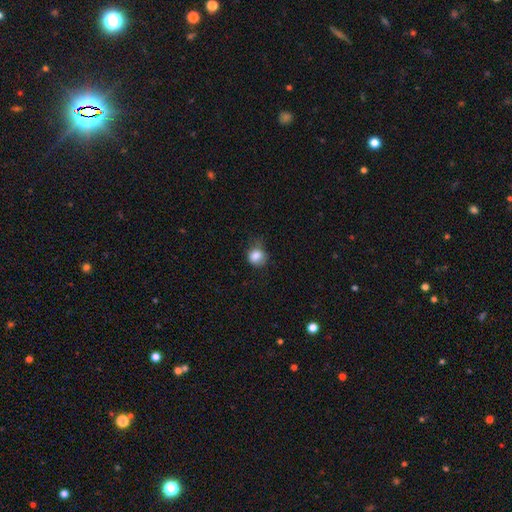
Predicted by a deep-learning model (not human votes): This is clearly a smooth galaxy (83%). How rounded: likely round (69%). Merging: possibly none (49%).